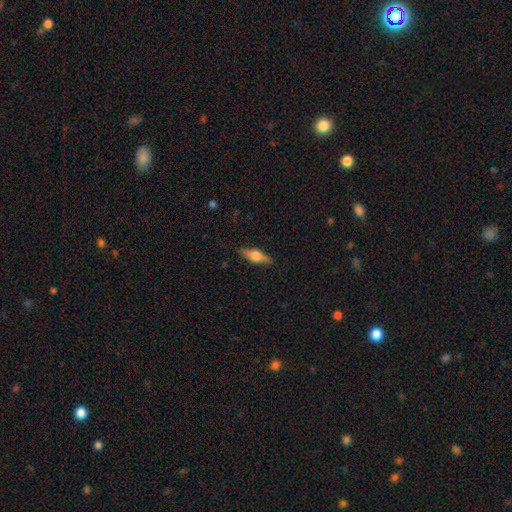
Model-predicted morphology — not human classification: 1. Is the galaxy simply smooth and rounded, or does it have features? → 48% featured or disk, 45% smooth, 7% star or artifact.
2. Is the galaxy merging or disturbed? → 86% none, 11% minor disturbance, 2% major disturbance, 1% merger.